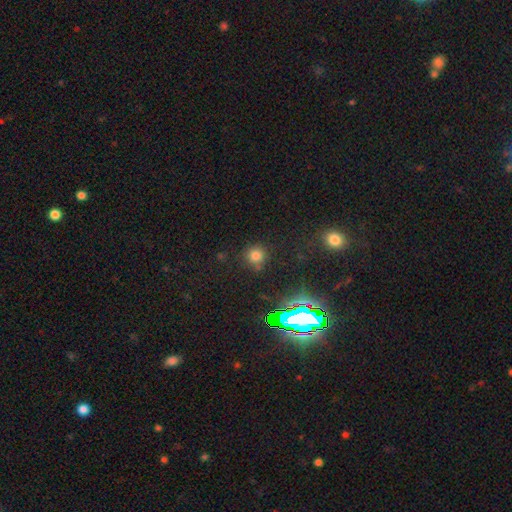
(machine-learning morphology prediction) type=smooth (70%); roundness=round (91%); merging=none (80%).